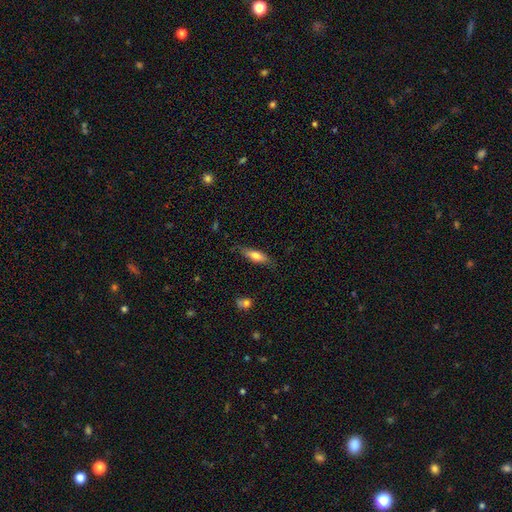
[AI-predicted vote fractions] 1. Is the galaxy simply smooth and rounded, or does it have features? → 67% smooth, 26% featured or disk, 6% star or artifact.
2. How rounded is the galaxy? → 52% cigar-shaped, 46% in between, 2% round.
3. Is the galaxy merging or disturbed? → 79% none, 16% minor disturbance, 3% major disturbance, 2% merger.